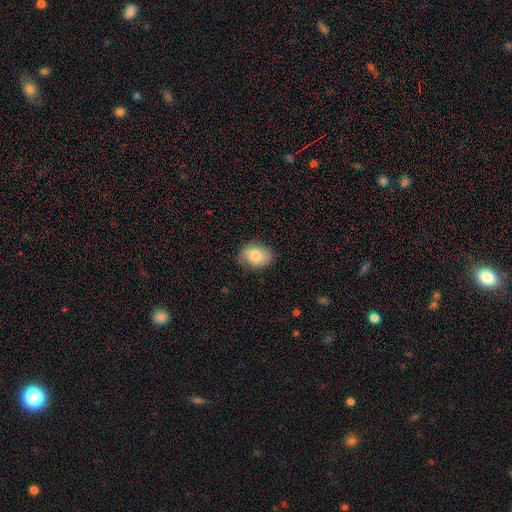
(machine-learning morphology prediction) This appears to be a smooth galaxy with no disk features (82%) that is in between round and cigar-shaped (71%). Merging: none (76%).